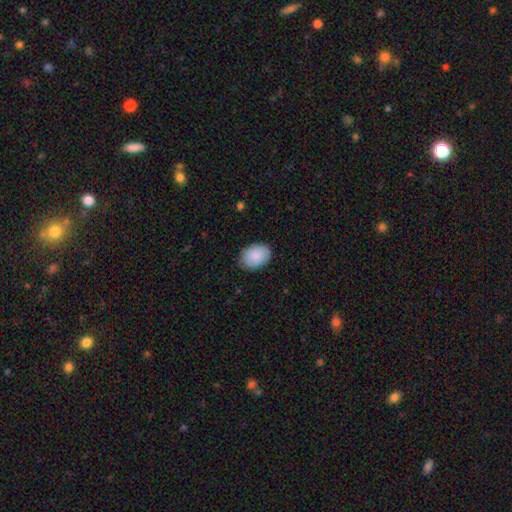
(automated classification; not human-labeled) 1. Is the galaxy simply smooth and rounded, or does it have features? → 89% smooth, 6% star or artifact, 5% featured or disk.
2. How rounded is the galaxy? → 80% in between, 19% round, 1% cigar-shaped.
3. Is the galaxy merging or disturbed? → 85% none, 12% minor disturbance, 2% major disturbance, 1% merger.